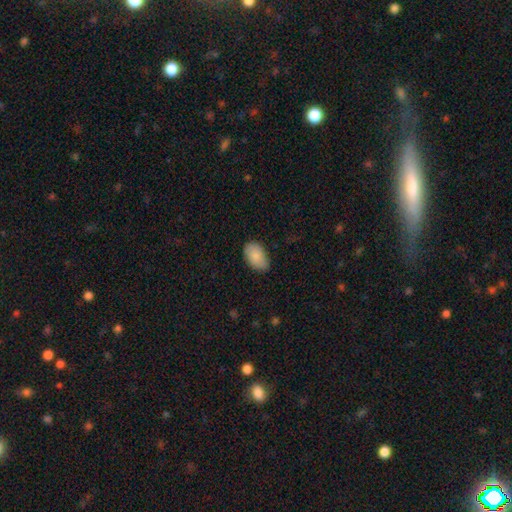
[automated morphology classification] This appears to be a smooth galaxy with no disk features (87%) that is in between round and cigar-shaped (92%). Merging: none (77%).